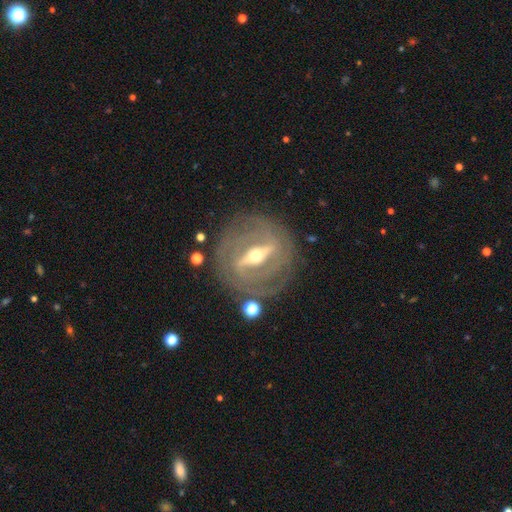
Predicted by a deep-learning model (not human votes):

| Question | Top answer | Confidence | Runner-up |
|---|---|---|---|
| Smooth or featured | featured or disk | 88% | smooth (7%) |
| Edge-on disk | no | 81% | yes (19%) |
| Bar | strong | 79% | weak (16%) |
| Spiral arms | yes | 77% | no (23%) |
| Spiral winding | tight | 70% | medium (22%) |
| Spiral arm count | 2 | 39% | can't tell (31%) |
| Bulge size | moderate | 60% | small (35%) |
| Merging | none | 81% | minor disturbance (11%) |